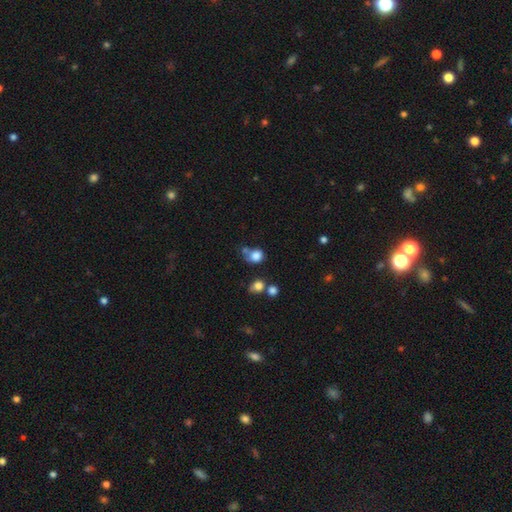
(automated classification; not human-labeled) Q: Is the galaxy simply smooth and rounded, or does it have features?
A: smooth — 81%.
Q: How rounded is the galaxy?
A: round — 70%.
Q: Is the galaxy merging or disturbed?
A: none — 48%.